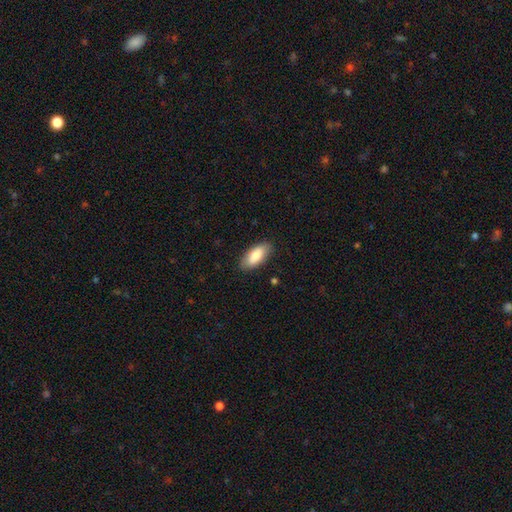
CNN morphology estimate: This appears to be a smooth galaxy with no disk features (82%) that is in between round and cigar-shaped (85%). Merging: none (86%).